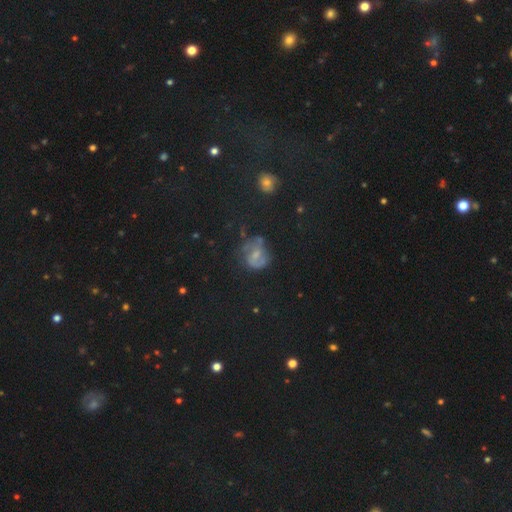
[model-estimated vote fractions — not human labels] smooth-or-featured: featured or disk: 37% | smooth: 35% | star or artifact: 28%
  merging: none: 57% | minor disturbance: 23% | major disturbance: 15% | merger: 4%